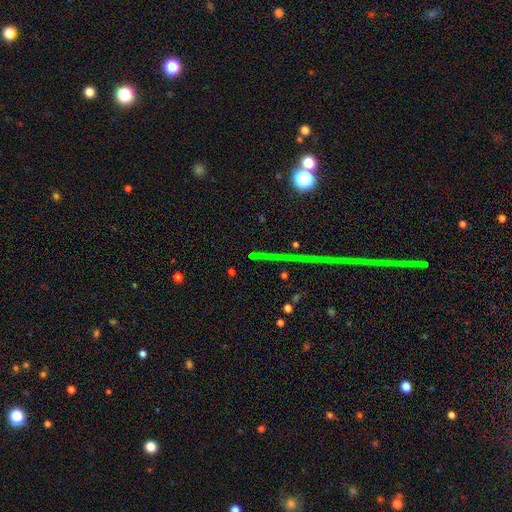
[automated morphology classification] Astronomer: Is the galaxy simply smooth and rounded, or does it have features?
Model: star or artifact — 73%.